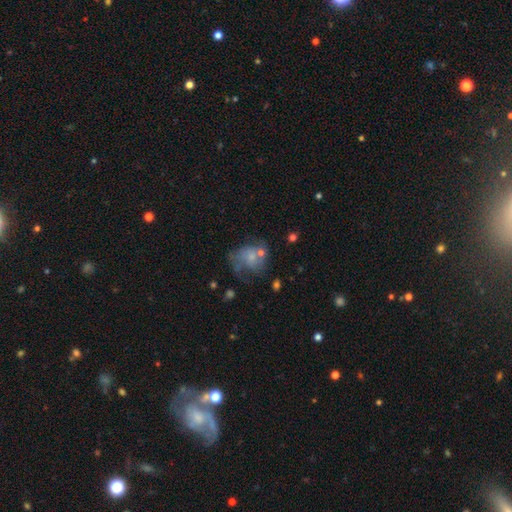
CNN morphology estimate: A featured or disk galaxy (44%). Merging: major disturbance (33%).